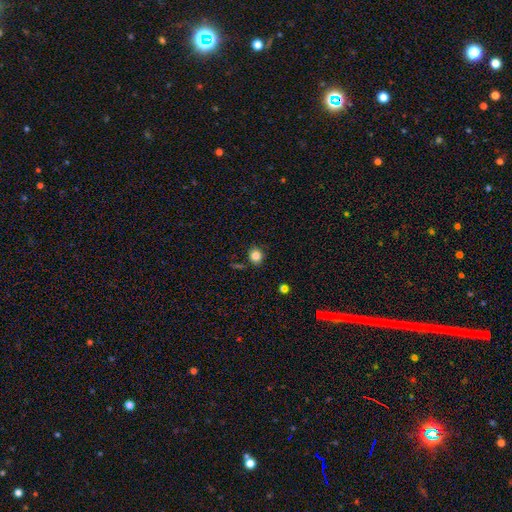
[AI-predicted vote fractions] smooth-or-featured: smooth: 84% | star or artifact: 11% | featured or disk: 6%
  how-rounded: round: 78% | in between: 21% | cigar-shaped: 1%
  merging: none: 82% | minor disturbance: 11% | merger: 3% | major disturbance: 3%